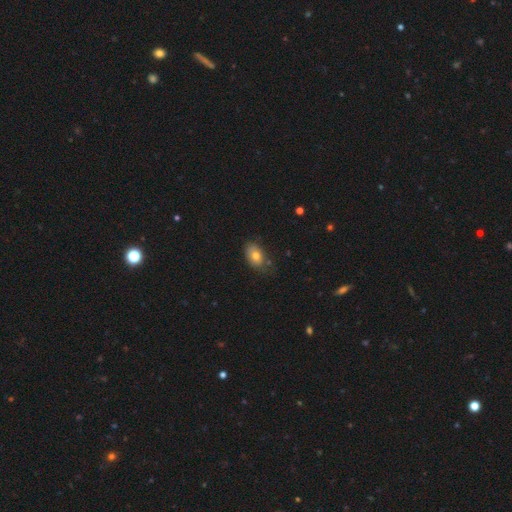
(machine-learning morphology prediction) This is likely a smooth galaxy (76%). How rounded: clearly in between (84%). Merging: likely none (65%).